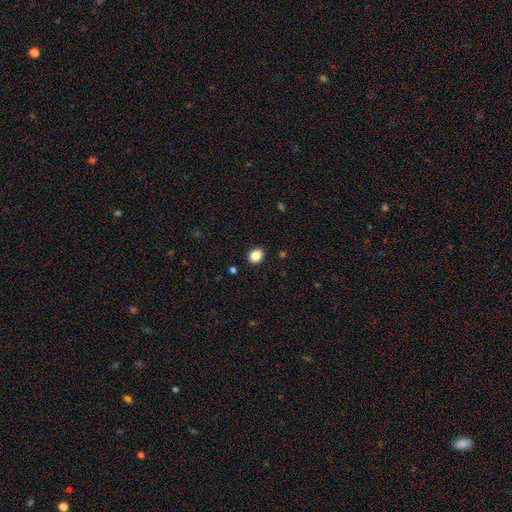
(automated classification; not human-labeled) This is clearly a smooth galaxy (86%). How rounded: possibly round (52%). Merging: clearly none (91%).